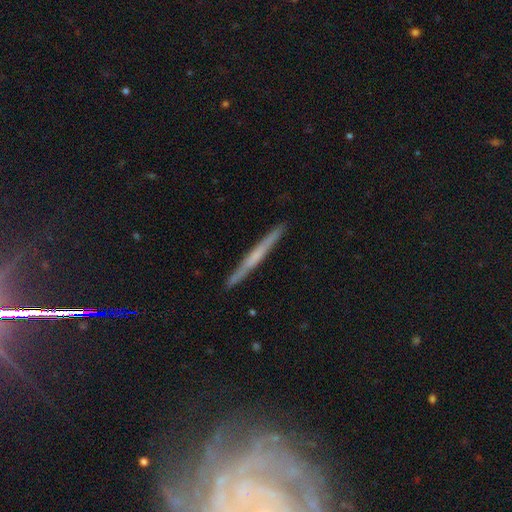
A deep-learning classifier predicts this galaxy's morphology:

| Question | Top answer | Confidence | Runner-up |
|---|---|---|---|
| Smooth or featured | featured or disk | 57% | smooth (37%) |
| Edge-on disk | yes | 97% | no (3%) |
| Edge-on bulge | none | 71% | rounded (21%) |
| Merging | none | 91% | minor disturbance (6%) |